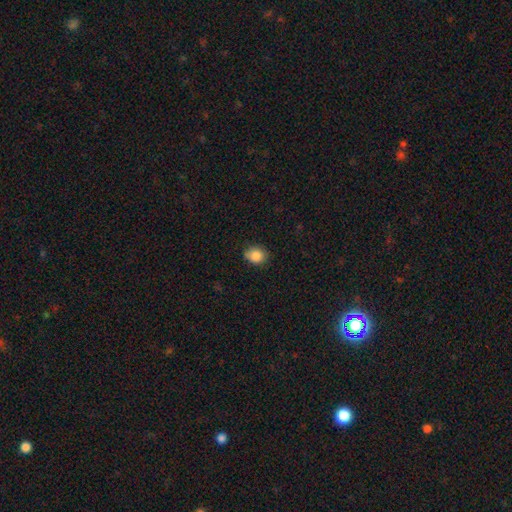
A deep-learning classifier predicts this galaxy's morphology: Q: Smooth or featured?
A: smooth (86%); runner-up: star or artifact (9%)
Q: How rounded?
A: round (59%); runner-up: in between (40%)
Q: Merging?
A: none (73%); runner-up: minor disturbance (22%)